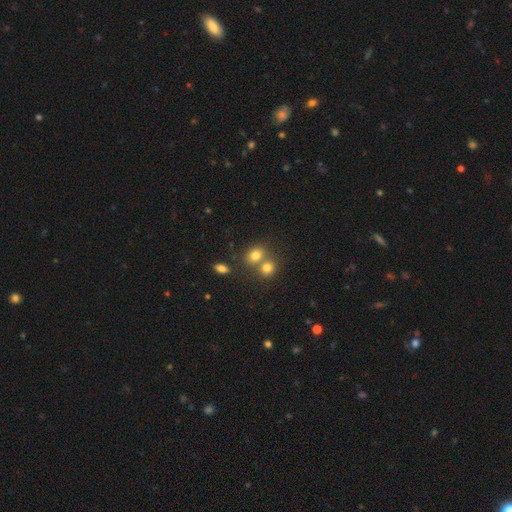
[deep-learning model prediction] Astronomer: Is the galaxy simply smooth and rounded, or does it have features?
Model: smooth — 77%.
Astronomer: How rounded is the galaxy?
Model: round — 52% (runner-up: in between, 46%).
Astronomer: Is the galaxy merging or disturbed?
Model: merger — 47% (runner-up: none, 42%).